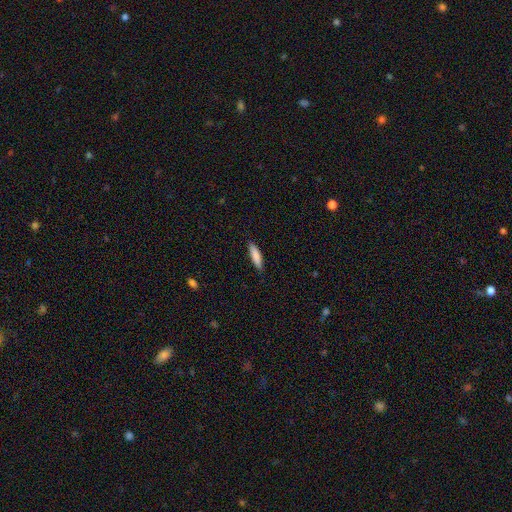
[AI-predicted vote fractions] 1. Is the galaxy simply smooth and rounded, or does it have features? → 85% smooth, 9% featured or disk, 6% star or artifact.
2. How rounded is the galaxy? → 72% cigar-shaped, 27% in between, 1% round.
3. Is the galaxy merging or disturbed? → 88% none, 9% minor disturbance, 2% major disturbance, 1% merger.